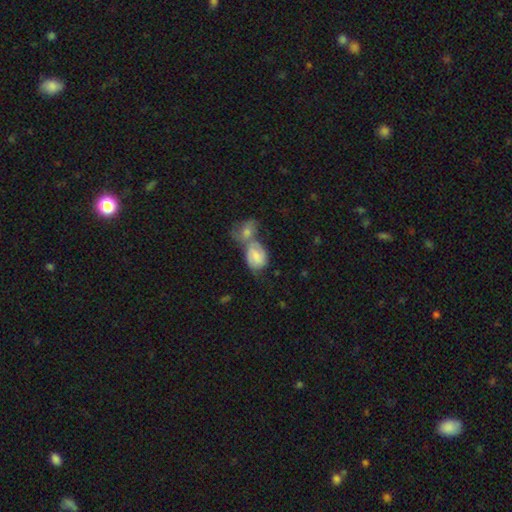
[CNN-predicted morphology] smooth-or-featured: smooth: 59% | featured or disk: 33% | star or artifact: 8%
  how-rounded: in between: 75% | round: 24% | cigar-shaped: 2%
  merging: merger: 66% | none: 17% | minor disturbance: 10% | major disturbance: 7%